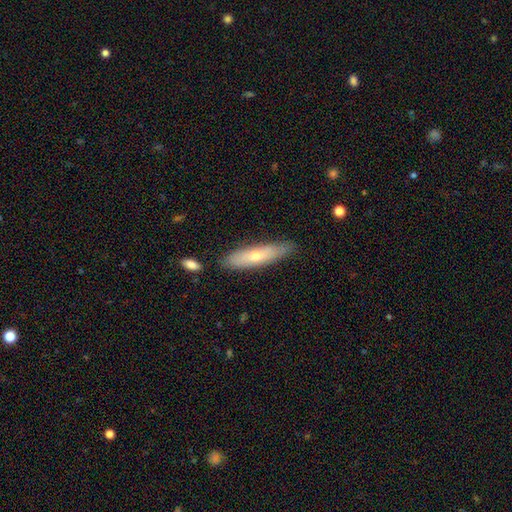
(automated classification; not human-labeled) Smooth or featured: smooth — 55% (featured or disk — 38%)
How rounded: cigar-shaped — 70% (in between — 28%)
Merging: none — 79% (minor disturbance — 15%)